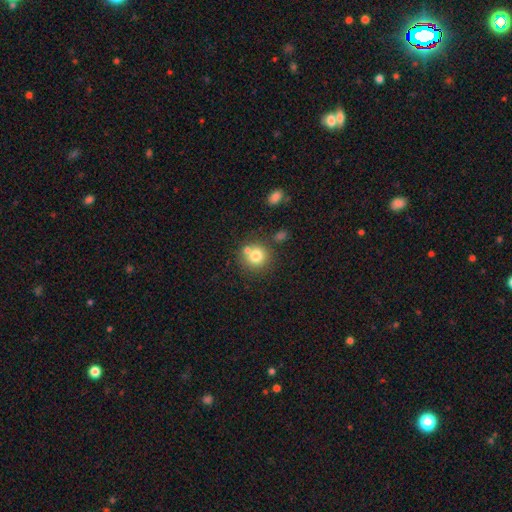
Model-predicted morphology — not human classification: smooth 77%, featured or disk 12%, star or artifact 11%. Down the decision tree: how rounded — round (90%); merging — none (64%).